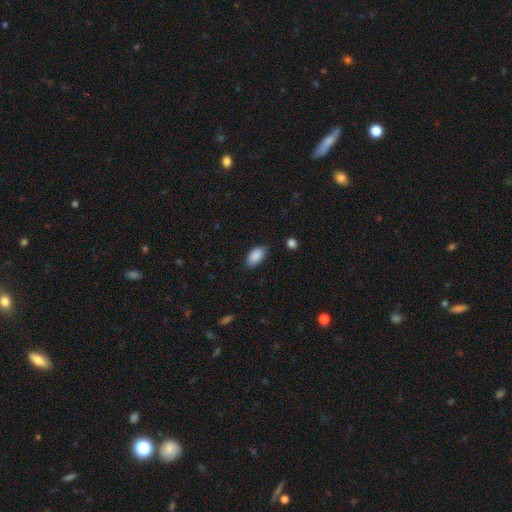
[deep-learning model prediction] This appears to be a smooth galaxy with no disk features (89%) that is in between round and cigar-shaped (93%). Merging: none (81%).